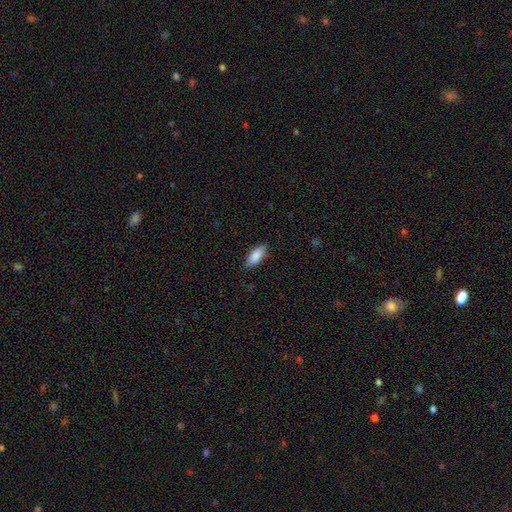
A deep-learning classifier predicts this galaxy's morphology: A smooth galaxy with no disk features (88%) that is in between round and cigar-shaped (81%). Merging: none (84%).